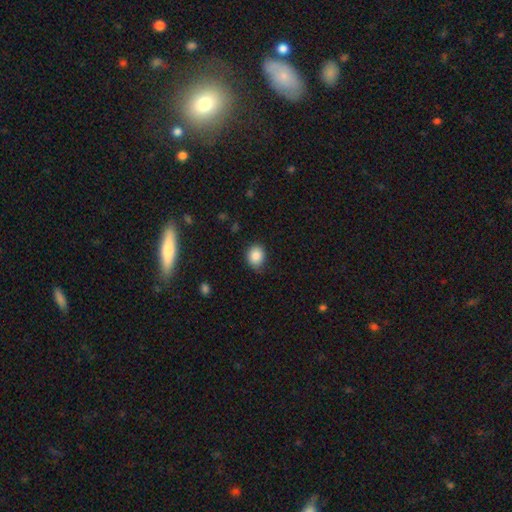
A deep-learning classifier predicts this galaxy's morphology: Smooth or featured?
  - smooth: 86% *
  - star or artifact: 9%
  - featured or disk: 5%
How rounded?
  - round: 60% *
  - in between: 39%
  - cigar-shaped: 1%
Merging?
  - none: 75% *
  - minor disturbance: 20%
  - major disturbance: 4%
  - merger: 1%